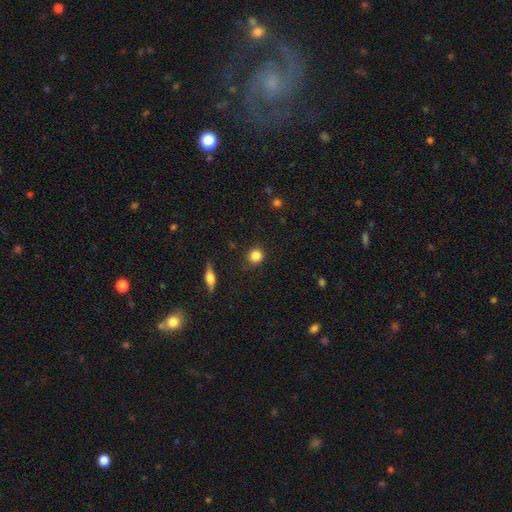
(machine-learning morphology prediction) smooth 85%, star or artifact 10%, featured or disk 5%. Down the decision tree: how rounded — round (89%); merging — none (89%).